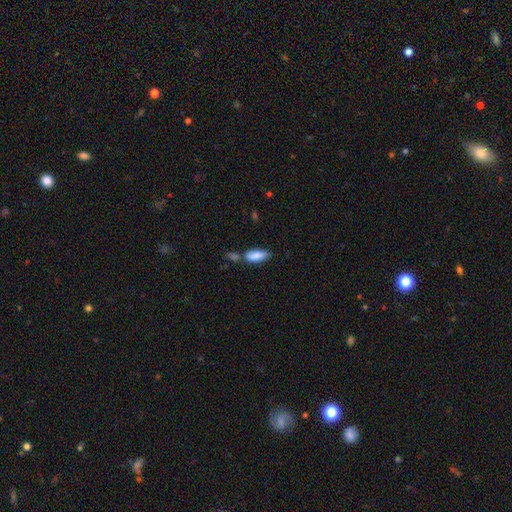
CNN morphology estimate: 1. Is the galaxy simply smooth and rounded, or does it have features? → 84% smooth, 10% featured or disk, 7% star or artifact.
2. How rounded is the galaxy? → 76% in between, 22% cigar-shaped, 2% round.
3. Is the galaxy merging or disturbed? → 51% none, 27% merger, 17% minor disturbance, 5% major disturbance.